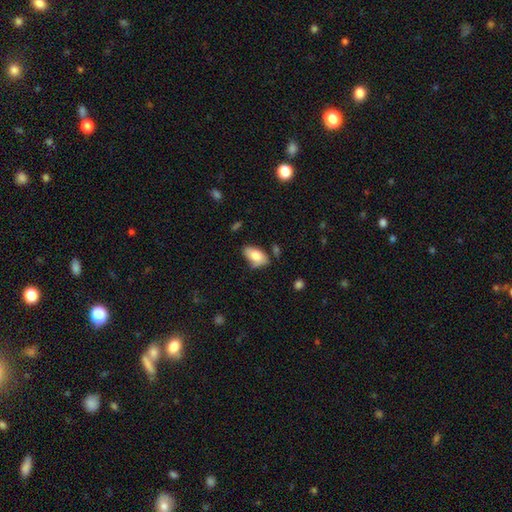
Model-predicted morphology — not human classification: type=smooth (77%); roundness=in between (94%); merging=none (62%).